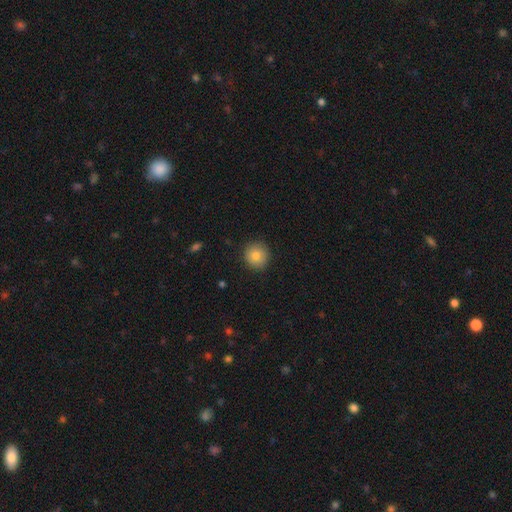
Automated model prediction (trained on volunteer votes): This is clearly a smooth galaxy (83%). How rounded: clearly round (92%). Merging: clearly none (90%).